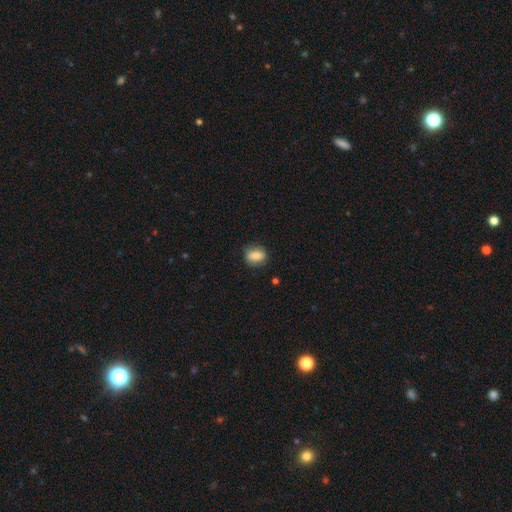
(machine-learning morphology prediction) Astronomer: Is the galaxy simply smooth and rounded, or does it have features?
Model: smooth — 79%.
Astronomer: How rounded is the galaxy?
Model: in between — 62%.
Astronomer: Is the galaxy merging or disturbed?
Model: none — 80%.